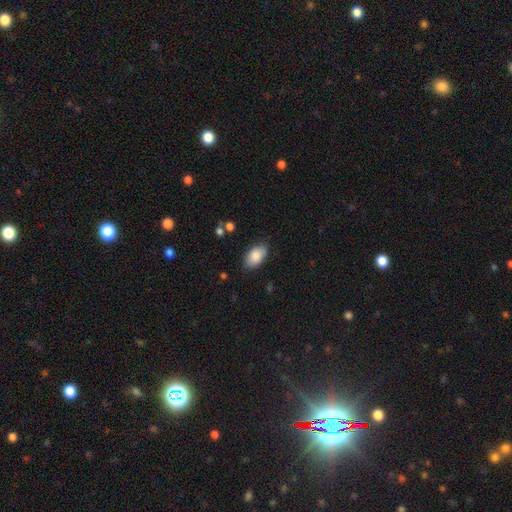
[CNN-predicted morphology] smooth-or-featured: smooth: 86% | featured or disk: 8% | star or artifact: 7%
  how-rounded: in between: 94% | round: 5% | cigar-shaped: 2%
  merging: none: 83% | minor disturbance: 13% | major disturbance: 3% | merger: 1%